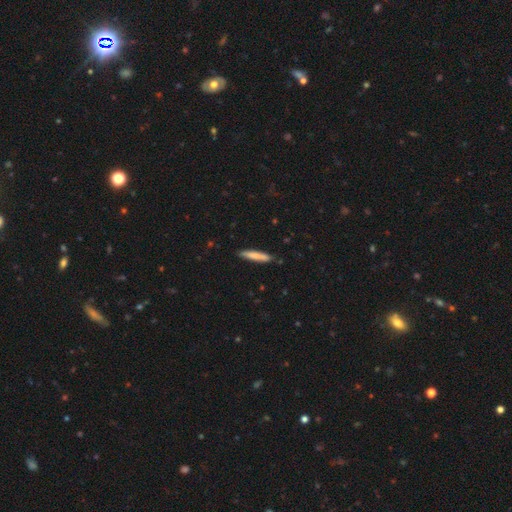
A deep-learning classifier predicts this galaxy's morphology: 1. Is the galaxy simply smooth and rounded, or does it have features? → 79% smooth, 16% featured or disk, 6% star or artifact.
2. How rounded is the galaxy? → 92% cigar-shaped, 7% in between, 1% round.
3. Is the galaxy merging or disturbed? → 86% none, 11% minor disturbance, 2% major disturbance, 2% merger.